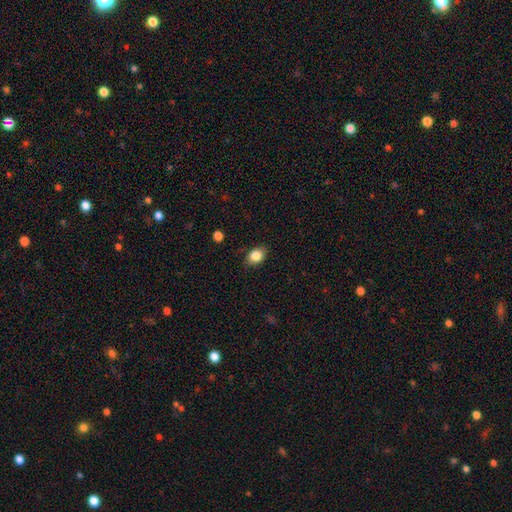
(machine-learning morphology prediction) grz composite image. It shows a smooth galaxy with no disk features (84%) that is in between round and cigar-shaped (71%). Merging: none (82%).